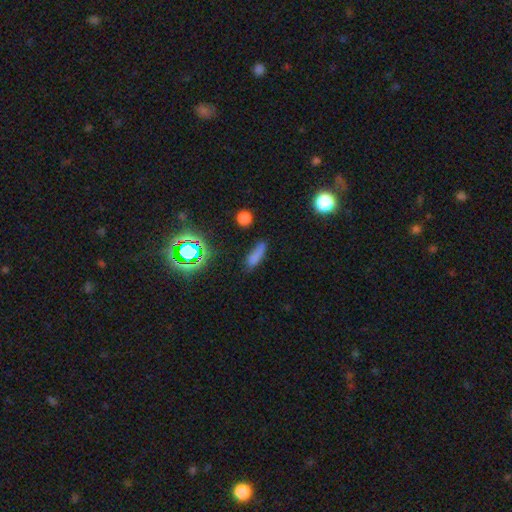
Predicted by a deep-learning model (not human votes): Smooth or featured?
  - smooth: 72% *
  - star or artifact: 18%
  - featured or disk: 10%
How rounded?
  - cigar-shaped: 59% *
  - in between: 37%
  - round: 4%
Merging?
  - none: 69% *
  - minor disturbance: 21%
  - major disturbance: 7%
  - merger: 4%